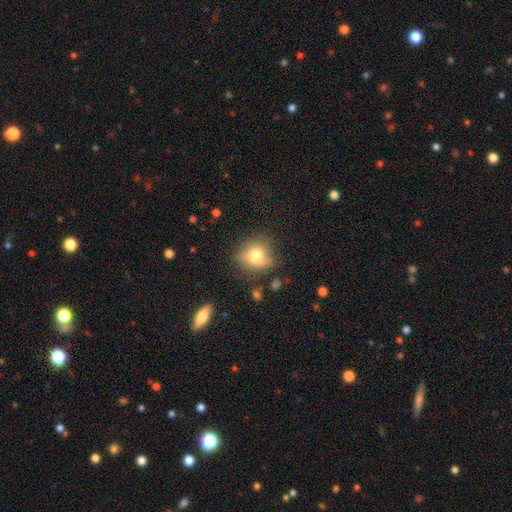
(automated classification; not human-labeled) The model was most divided on "merging": none: 58%, minor disturbance: 27%, major disturbance: 11%, merger: 5%. More confident: how rounded — round (71%); smooth or featured — smooth (70%).